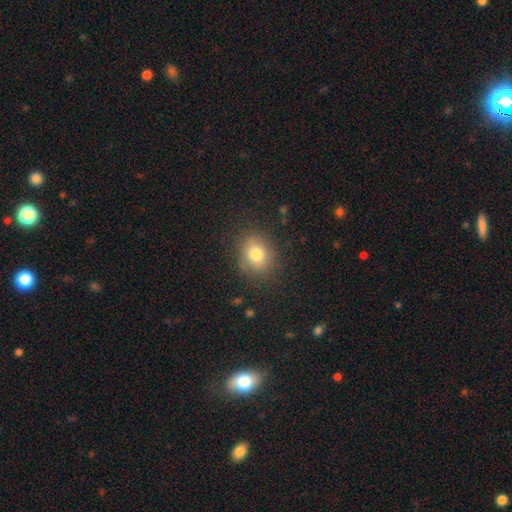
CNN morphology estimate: This is likely a smooth galaxy (74%). How rounded: likely round (65%). Merging: clearly none (87%).